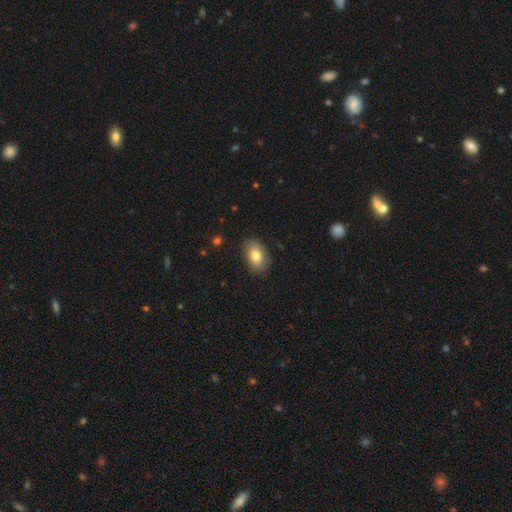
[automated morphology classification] type=smooth (79%); roundness=in between (88%); merging=none (81%).